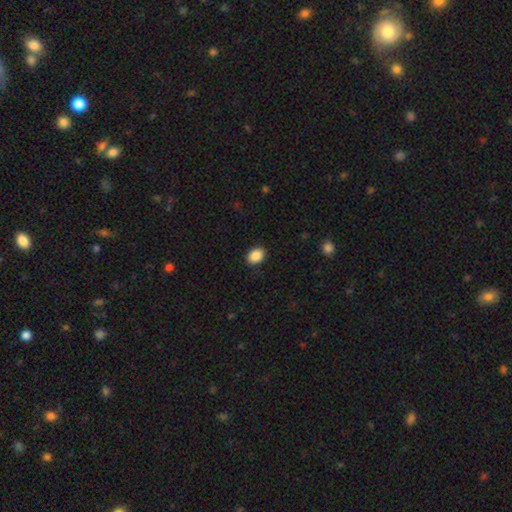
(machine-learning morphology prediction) Smooth or featured: smooth — 88% (star or artifact — 8%)
How rounded: in between — 67% (round — 32%)
Merging: none — 89% (minor disturbance — 8%)